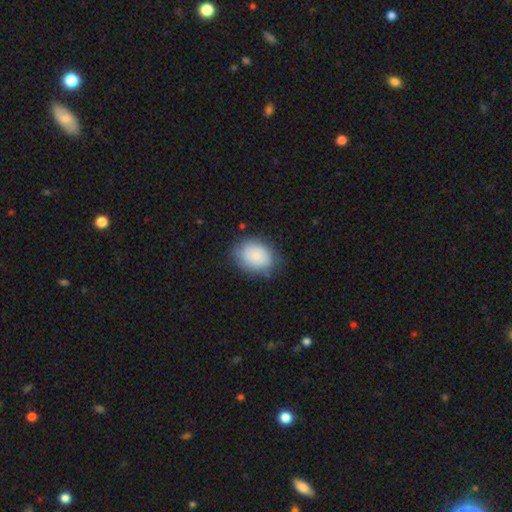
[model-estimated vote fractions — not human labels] Morphology: type=smooth (84%); roundness=in between (61%); merging=none (74%).